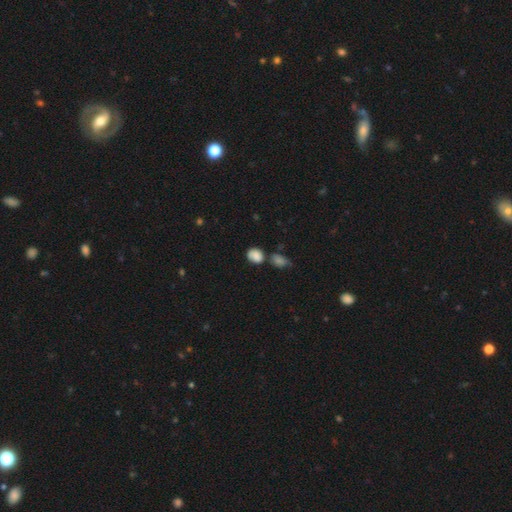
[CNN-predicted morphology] A smooth galaxy with no disk features (81%) that is round (54%).

Vote fractions:
- Smooth or featured? smooth: 81% / star or artifact: 11% / featured or disk: 8%
- How rounded? round: 54% / in between: 44% / cigar-shaped: 1%
- Merging? none: 51% / merger: 22% / minor disturbance: 20% / major disturbance: 7%